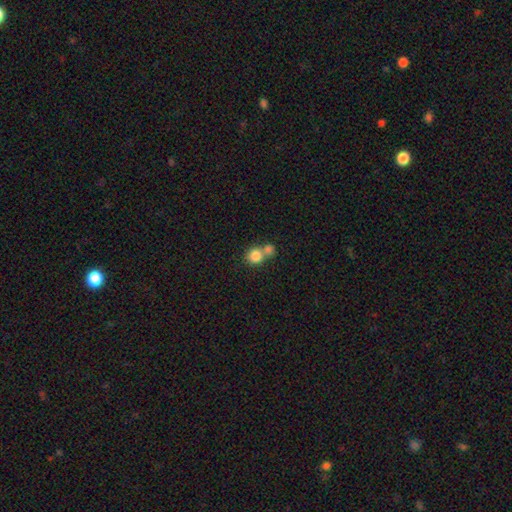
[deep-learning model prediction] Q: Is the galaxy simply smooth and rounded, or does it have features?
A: smooth — 83%.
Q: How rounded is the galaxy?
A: round — 86%.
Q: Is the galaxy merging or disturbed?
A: merger — 50%.